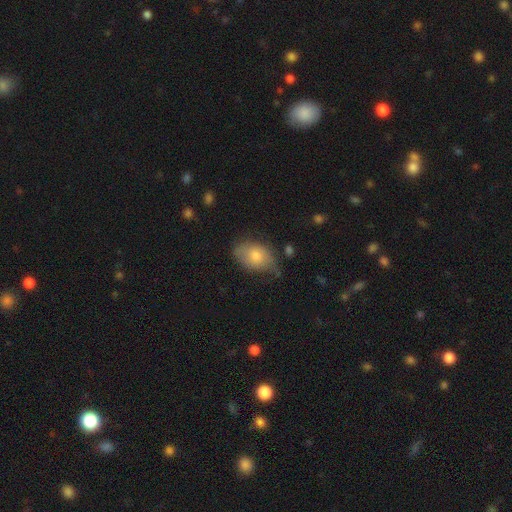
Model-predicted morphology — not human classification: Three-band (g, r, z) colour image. It shows a smooth galaxy with no disk features (72%) that is in between round and cigar-shaped (85%). Merging: none (55%).